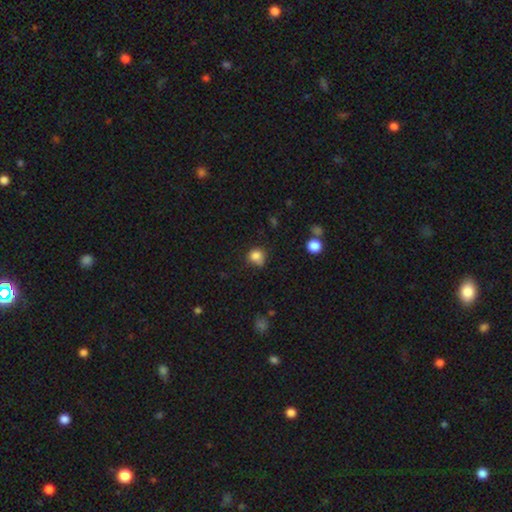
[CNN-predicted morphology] A smooth galaxy with no disk features (83%) that is round (81%).

Vote fractions:
- Smooth or featured? smooth: 83% / star or artifact: 11% / featured or disk: 6%
- How rounded? round: 81% / in between: 18% / cigar-shaped: 1%
- Merging? none: 59% / minor disturbance: 27% / major disturbance: 7% / merger: 7%